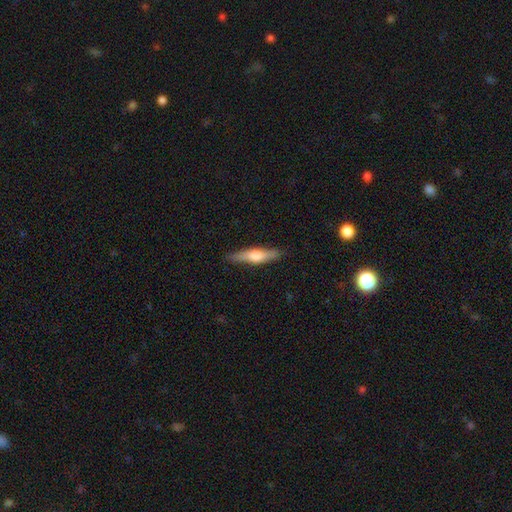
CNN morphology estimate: smooth-or-featured: smooth: 49% | featured or disk: 46% | star or artifact: 6%
  merging: none: 87% | minor disturbance: 10% | major disturbance: 2% | merger: 1%